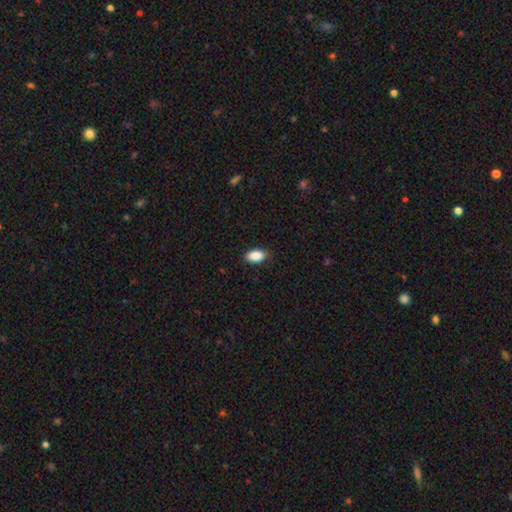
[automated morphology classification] smooth-or-featured: smooth: 90% | star or artifact: 7% | featured or disk: 3%
  how-rounded: in between: 92% | round: 5% | cigar-shaped: 3%
  merging: none: 85% | minor disturbance: 12% | major disturbance: 2% | merger: 1%